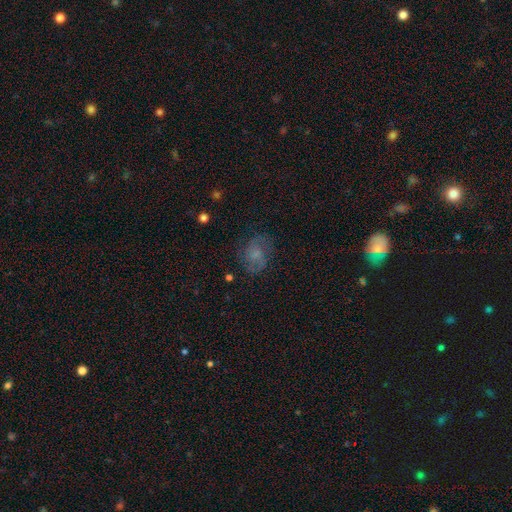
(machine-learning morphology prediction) Smooth or featured? featured or disk (49%)
Merging? none (66%)